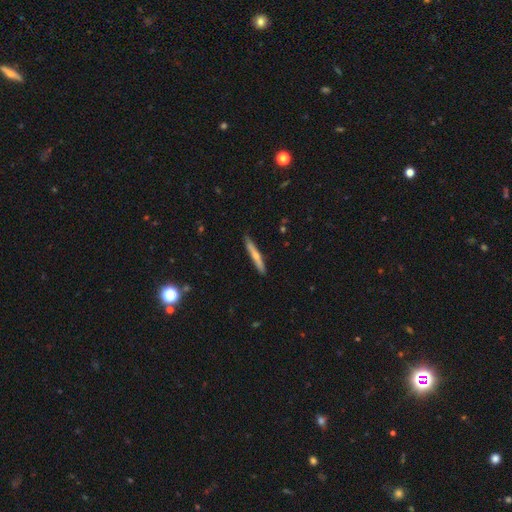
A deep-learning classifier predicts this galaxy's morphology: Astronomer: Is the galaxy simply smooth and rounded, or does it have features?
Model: smooth — 49% (runner-up: featured or disk, 45%).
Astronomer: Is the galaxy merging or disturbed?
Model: none — 88%.